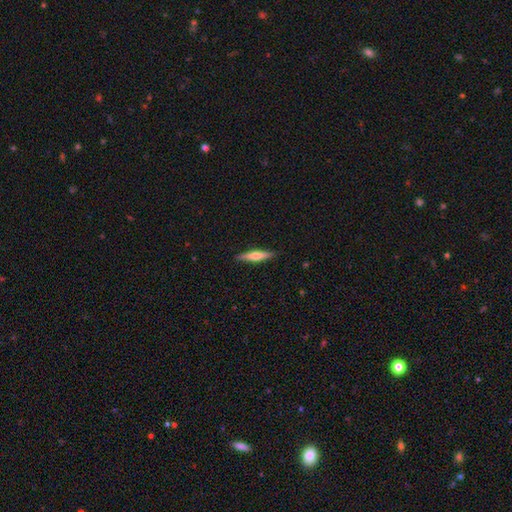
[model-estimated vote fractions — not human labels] The model was most divided on "smooth or featured": smooth: 53%, featured or disk: 41%, star or artifact: 5%. More confident: merging — none (89%); how rounded — cigar-shaped (88%).